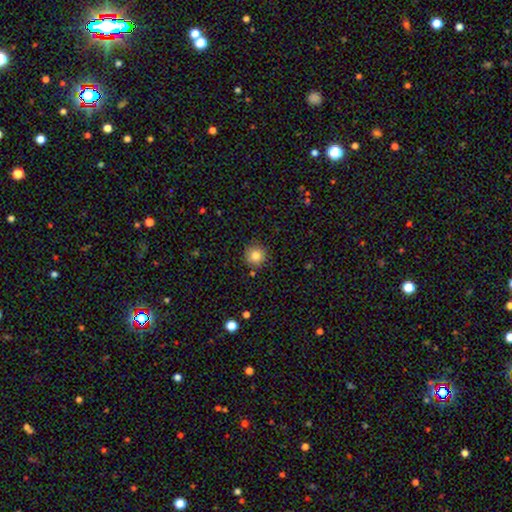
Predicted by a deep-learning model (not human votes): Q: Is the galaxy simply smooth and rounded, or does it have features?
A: smooth — 82%.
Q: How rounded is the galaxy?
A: round — 95%.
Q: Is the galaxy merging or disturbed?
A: none — 88%.